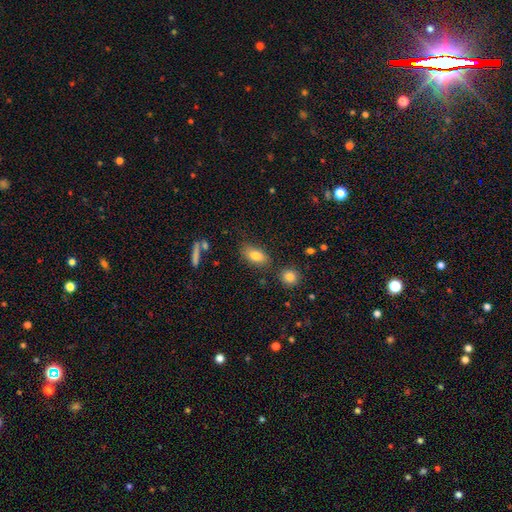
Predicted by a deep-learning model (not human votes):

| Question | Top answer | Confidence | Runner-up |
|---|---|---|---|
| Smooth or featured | smooth | 81% | featured or disk (11%) |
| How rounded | in between | 87% | round (8%) |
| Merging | none | 75% | minor disturbance (15%) |